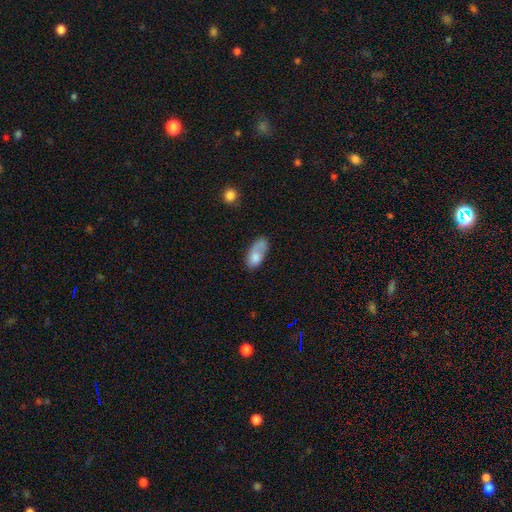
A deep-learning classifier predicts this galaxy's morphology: smooth 75%, featured or disk 18%, star or artifact 8%. Down the decision tree: how rounded — in between (89%); merging — none (35%).